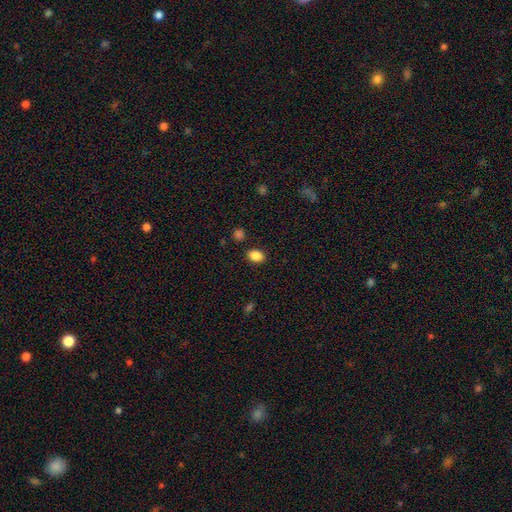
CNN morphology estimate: A smooth galaxy with no disk features (87%) that is in between round and cigar-shaped (80%).

Vote fractions:
- Smooth or featured? smooth: 87% / star or artifact: 9% / featured or disk: 4%
- How rounded? in between: 80% / round: 19% / cigar-shaped: 1%
- Merging? none: 86% / minor disturbance: 9% / merger: 3% / major disturbance: 3%